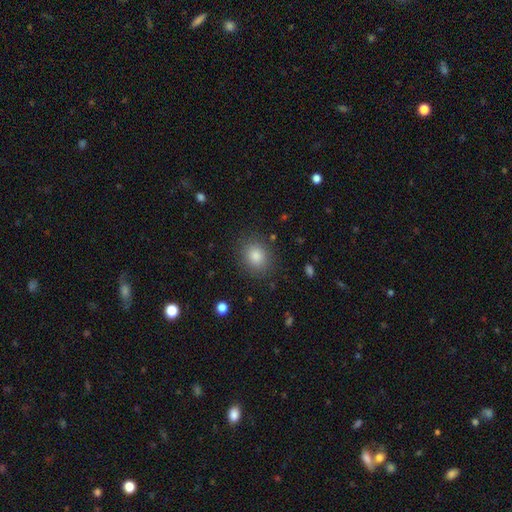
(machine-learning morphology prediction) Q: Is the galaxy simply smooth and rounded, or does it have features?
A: smooth — 83%.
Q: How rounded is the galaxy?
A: round — 66%.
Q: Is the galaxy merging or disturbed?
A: none — 87%.